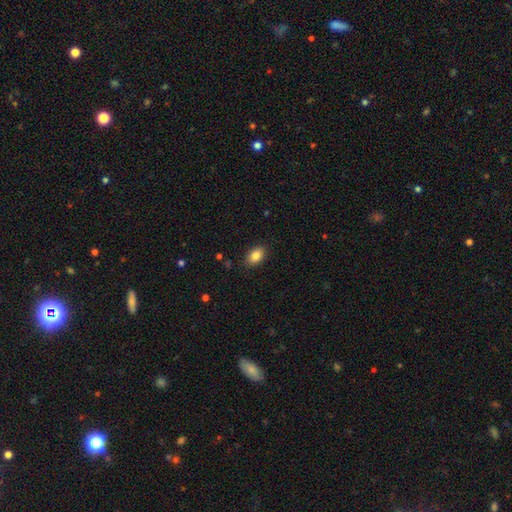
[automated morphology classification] This appears to be a smooth galaxy with no disk features (85%) that is in between round and cigar-shaped (88%). Merging: none (87%).